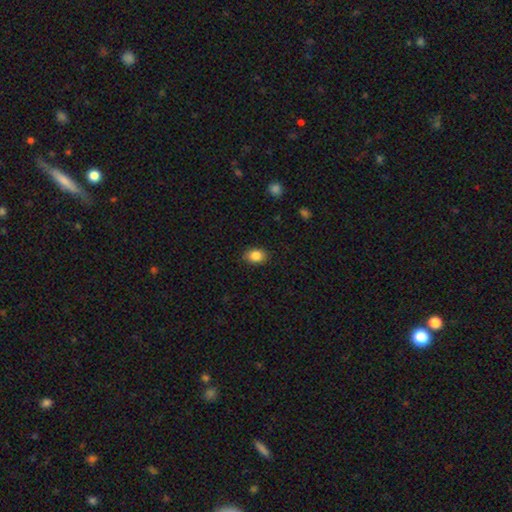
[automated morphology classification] type=smooth (85%); roundness=in between (69%); merging=none (87%).